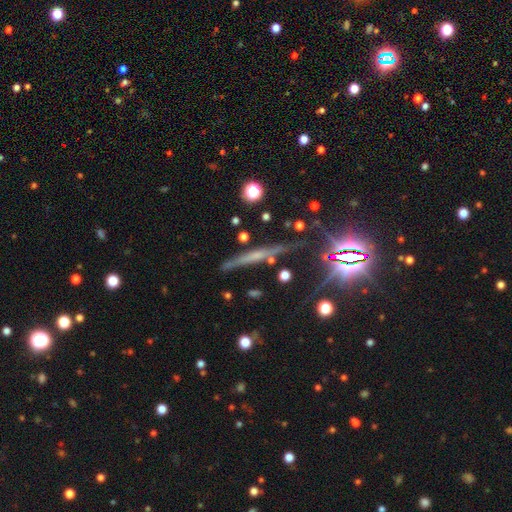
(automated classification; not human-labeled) Smooth or featured: featured or disk — 49% (smooth — 29%)
Merging: none — 80% (minor disturbance — 13%)